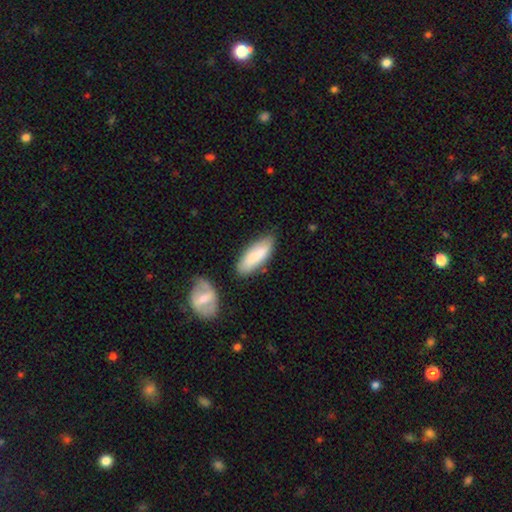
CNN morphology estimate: Smooth or featured: smooth — 79% (featured or disk — 15%)
How rounded: in between — 60% (cigar-shaped — 38%)
Merging: none — 73% (minor disturbance — 17%)